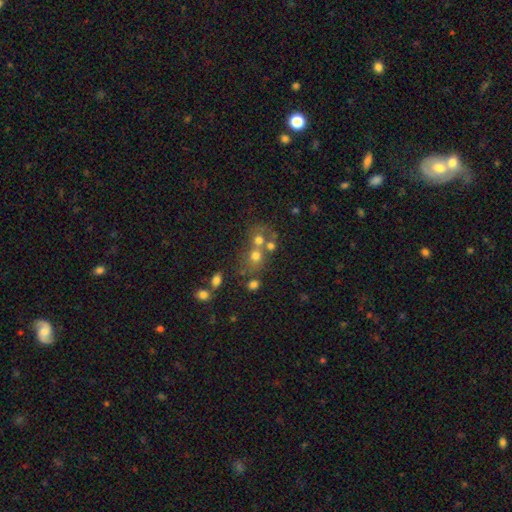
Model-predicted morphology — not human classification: smooth 61%, featured or disk 21%, star or artifact 18%. Down the decision tree: how rounded — round (72%); merging — merger (48%).